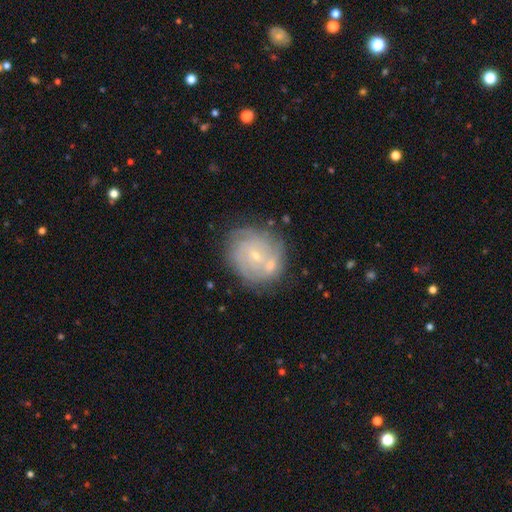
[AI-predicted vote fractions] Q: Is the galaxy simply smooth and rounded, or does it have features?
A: featured or disk — 68%.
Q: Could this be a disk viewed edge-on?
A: no — 97%.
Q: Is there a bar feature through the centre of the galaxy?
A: no — 68%.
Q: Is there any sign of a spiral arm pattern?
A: yes — 81%.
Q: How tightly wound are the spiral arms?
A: tight — 66%.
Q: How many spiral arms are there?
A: can't tell — 46%.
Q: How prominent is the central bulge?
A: small — 78%.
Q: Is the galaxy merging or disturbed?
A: none — 60%.